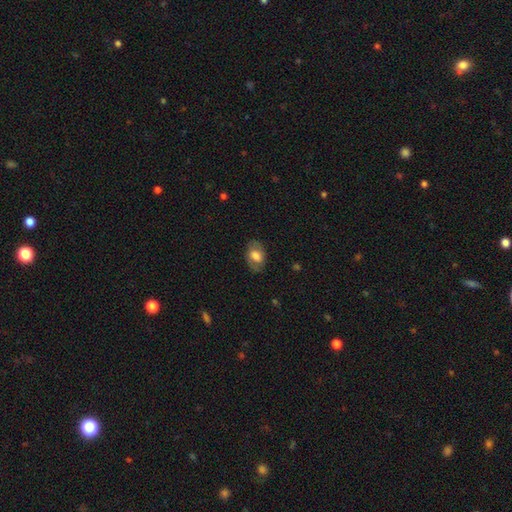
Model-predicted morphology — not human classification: type=smooth (58%); roundness=in between (85%); merging=none (73%).